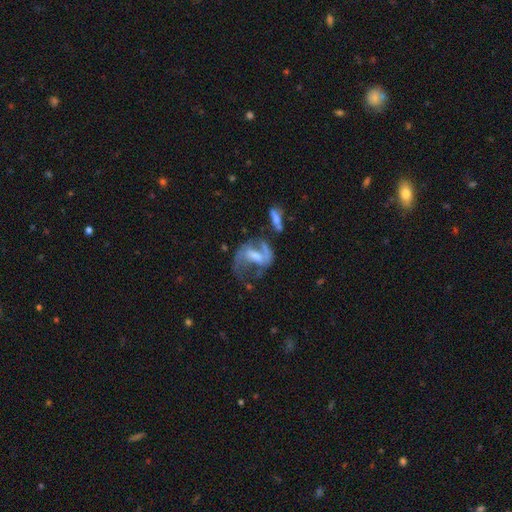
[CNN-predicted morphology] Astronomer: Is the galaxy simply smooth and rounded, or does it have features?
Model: featured or disk — 78%.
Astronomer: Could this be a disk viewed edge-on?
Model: no — 96%.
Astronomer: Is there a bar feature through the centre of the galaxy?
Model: weak — 46% (runner-up: strong, 29%).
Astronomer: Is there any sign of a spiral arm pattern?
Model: yes — 86%.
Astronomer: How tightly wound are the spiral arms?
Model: loose — 45% (runner-up: medium, 43%).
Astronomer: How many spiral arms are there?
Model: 2 — 75%.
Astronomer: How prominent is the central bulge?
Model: moderate — 34% (runner-up: none, 26%).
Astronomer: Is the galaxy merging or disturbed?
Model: none — 37% (runner-up: major disturbance, 32%).